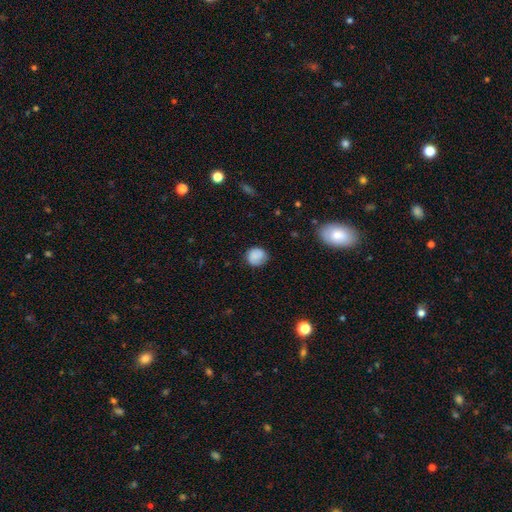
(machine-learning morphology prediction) smooth_or_featured: smooth (p=0.80) [alt: featured or disk p=0.12]
how_rounded: round (p=0.83) [alt: in between p=0.16]
merging: none (p=0.73) [alt: minor disturbance p=0.21]